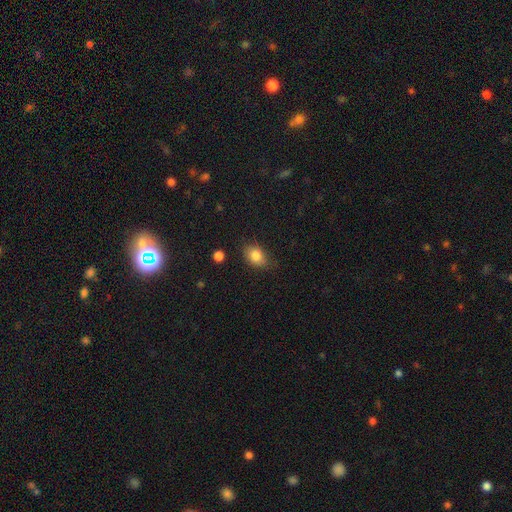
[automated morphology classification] Overall: smooth (83%). How rounded: in between (72%). Merging: none (71%).